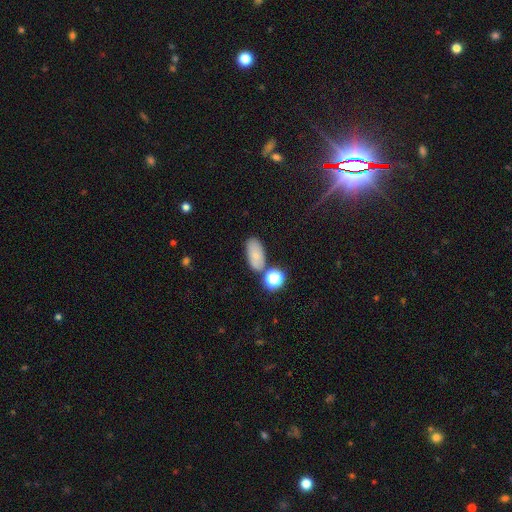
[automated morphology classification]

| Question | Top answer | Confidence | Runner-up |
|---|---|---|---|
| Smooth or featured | smooth | 72% | featured or disk (15%) |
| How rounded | in between | 88% | round (7%) |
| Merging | none | 67% | minor disturbance (15%) |